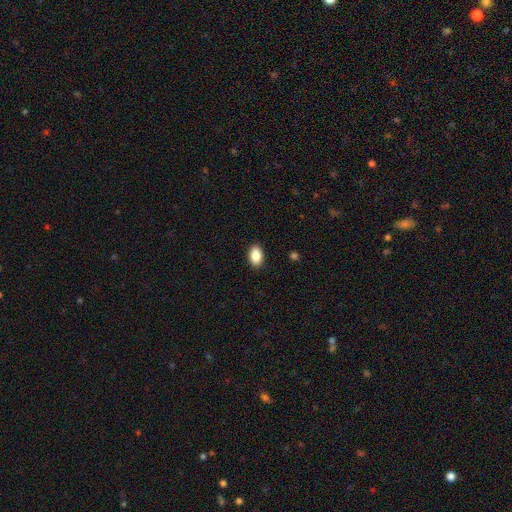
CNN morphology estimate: type=smooth (88%); roundness=in between (89%); merging=none (90%).